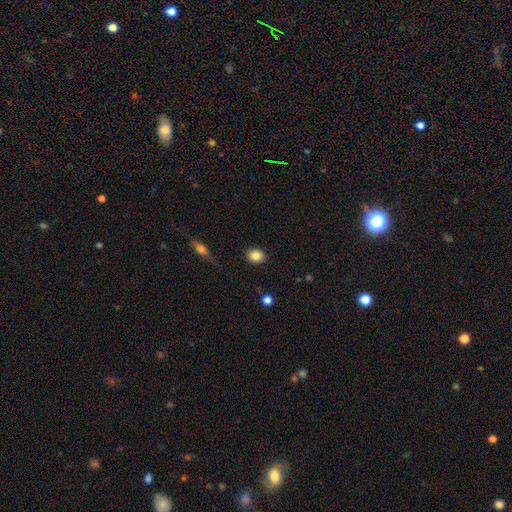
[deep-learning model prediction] A smooth galaxy with no disk features (86%) that is in between round and cigar-shaped (51%). Merging: none (88%).